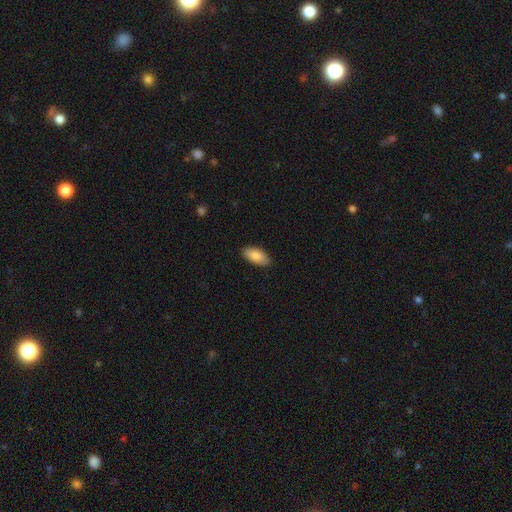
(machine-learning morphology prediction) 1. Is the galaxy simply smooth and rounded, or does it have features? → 85% smooth, 9% featured or disk, 6% star or artifact.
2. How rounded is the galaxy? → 91% in between, 7% cigar-shaped, 2% round.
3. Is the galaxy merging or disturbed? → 87% none, 10% minor disturbance, 2% major disturbance, 1% merger.